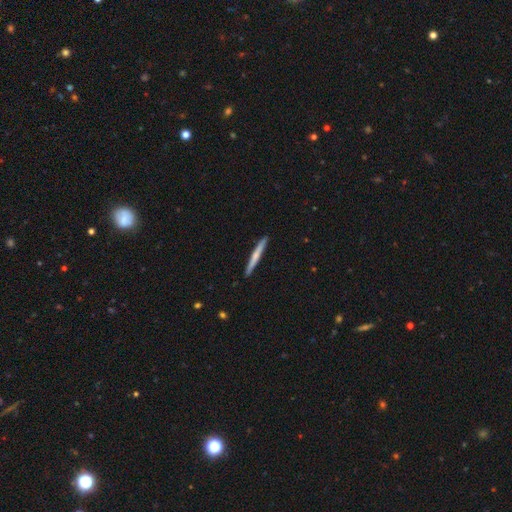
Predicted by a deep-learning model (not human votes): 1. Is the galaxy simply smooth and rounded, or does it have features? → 54% smooth, 41% featured or disk, 5% star or artifact.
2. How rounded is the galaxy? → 97% cigar-shaped, 2% in between, 1% round.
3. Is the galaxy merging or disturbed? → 92% none, 6% minor disturbance, 1% major disturbance, 1% merger.